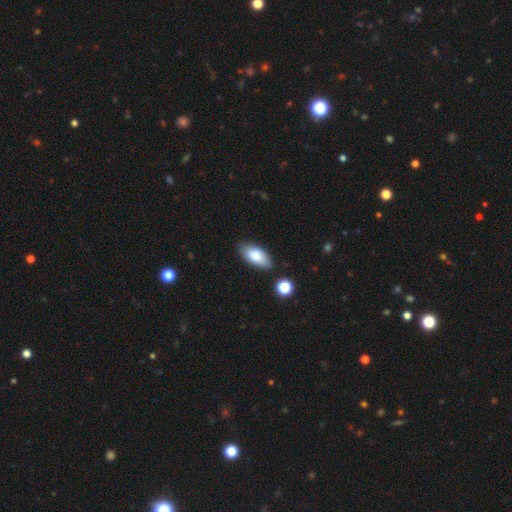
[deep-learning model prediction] Smooth or featured? smooth (80%)
How rounded? in between (91%)
Merging? none (81%)